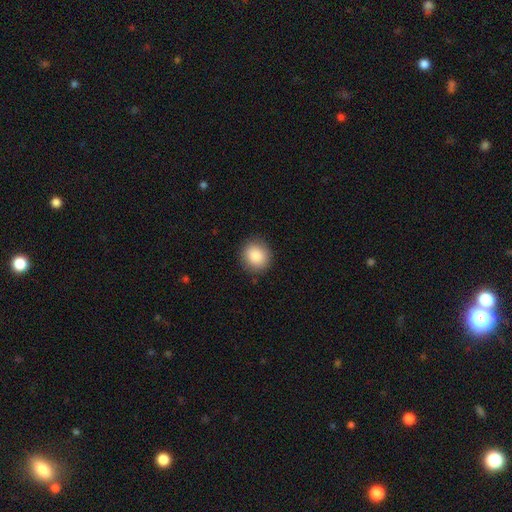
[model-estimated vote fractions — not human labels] smooth_or_featured: smooth (p=0.87) [alt: star or artifact p=0.08]
how_rounded: round (p=0.85) [alt: in between p=0.14]
merging: none (p=0.89) [alt: minor disturbance p=0.08]